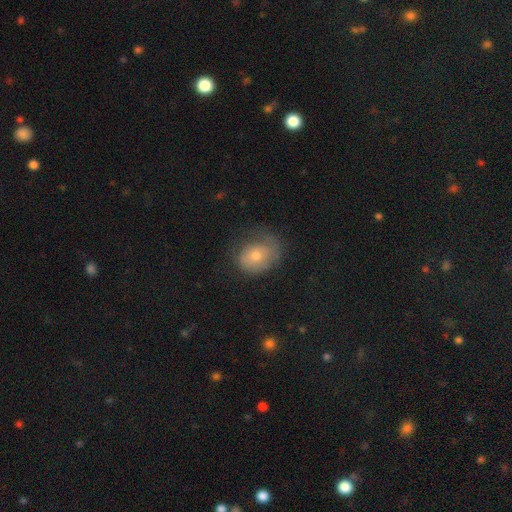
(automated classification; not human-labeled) smooth-or-featured: smooth: 53% | featured or disk: 37% | star or artifact: 10%
  how-rounded: in between: 55% | round: 44% | cigar-shaped: 1%
  merging: none: 51% | minor disturbance: 28% | major disturbance: 19% | merger: 2%